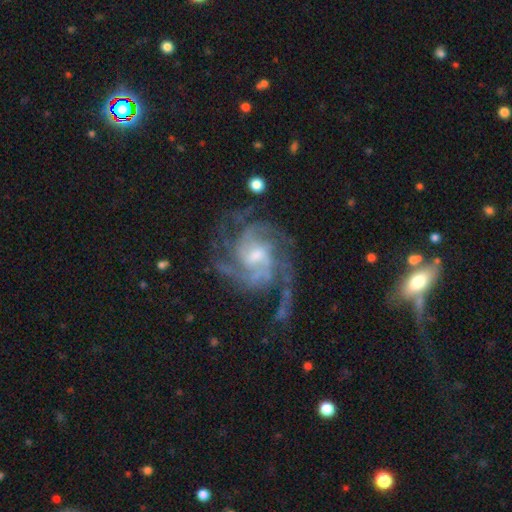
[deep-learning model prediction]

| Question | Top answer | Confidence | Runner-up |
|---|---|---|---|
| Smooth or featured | featured or disk | 91% | star or artifact (5%) |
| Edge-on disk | no | 98% | yes (2%) |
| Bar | weak | 48% | no (41%) |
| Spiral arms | yes | 98% | no (2%) |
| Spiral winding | tight | 45% | tied: medium (45%) |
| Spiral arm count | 3 | 29% | 4 (24%) |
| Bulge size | moderate | 47% | small (43%) |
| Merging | none | 66% | minor disturbance (17%) |